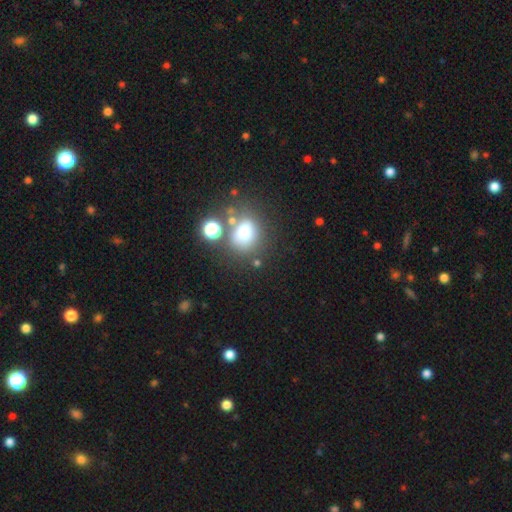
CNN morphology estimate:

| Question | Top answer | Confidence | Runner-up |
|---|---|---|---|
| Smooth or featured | smooth | 65% | star or artifact (25%) |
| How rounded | round | 56% | in between (42%) |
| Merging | none | 63% | merger (17%) |